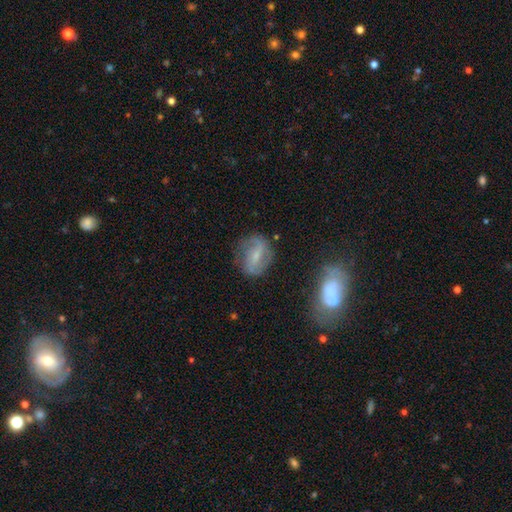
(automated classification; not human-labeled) smooth-or-featured: featured or disk: 66% | smooth: 26% | star or artifact: 8%
  disk-edge-on: no: 95% | yes: 5%
    bar: weak: 46% | strong: 31% | no: 23%
    has-spiral-arms: yes: 86% | no: 14%
      spiral-winding: medium: 41% | loose: 38% | tight: 21%
      spiral-arm-count: 2: 77% | can't tell: 12% | 1: 6% | 3: 3% | 4: 1% | more than 4: 1%
    bulge-size: small: 54% | moderate: 26% | none: 16% | large: 2% | dominant: 1%
  merging: none: 69% | minor disturbance: 19% | major disturbance: 9% | merger: 3%